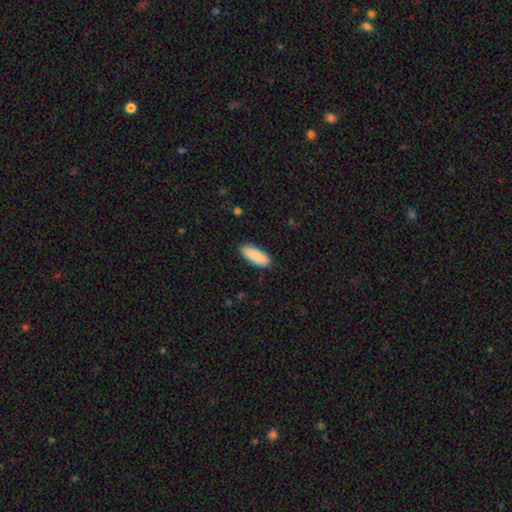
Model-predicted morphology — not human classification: smooth_or_featured: smooth (p=0.88) [alt: featured or disk p=0.06]
how_rounded: in between (p=0.81) [alt: cigar-shaped p=0.18]
merging: none (p=0.88) [alt: minor disturbance p=0.09]